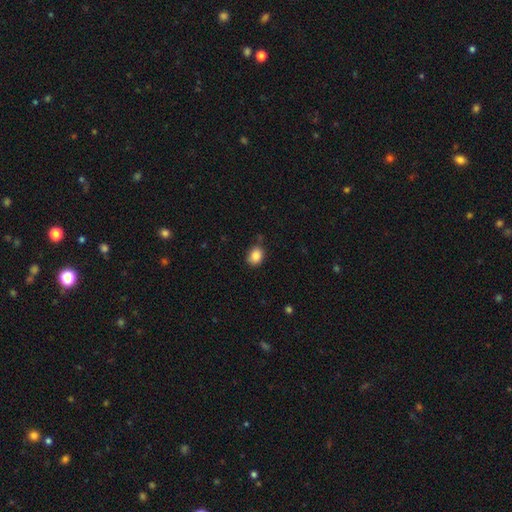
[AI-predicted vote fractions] A smooth galaxy with no disk features (86%) that is in between round and cigar-shaped (53%).

Vote fractions:
- Smooth or featured? smooth: 86% / star or artifact: 9% / featured or disk: 4%
- How rounded? in between: 53% / round: 46% / cigar-shaped: 1%
- Merging? none: 77% / minor disturbance: 17% / major disturbance: 3% / merger: 3%